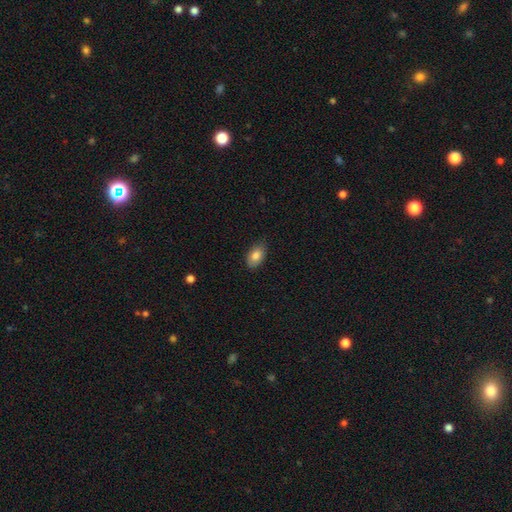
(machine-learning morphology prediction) A smooth galaxy with no disk features (84%) that is in between round and cigar-shaped (91%).

Vote fractions:
- Smooth or featured? smooth: 84% / featured or disk: 9% / star or artifact: 7%
- How rounded? in between: 91% / round: 7% / cigar-shaped: 2%
- Merging? none: 80% / minor disturbance: 16% / major disturbance: 2% / merger: 1%